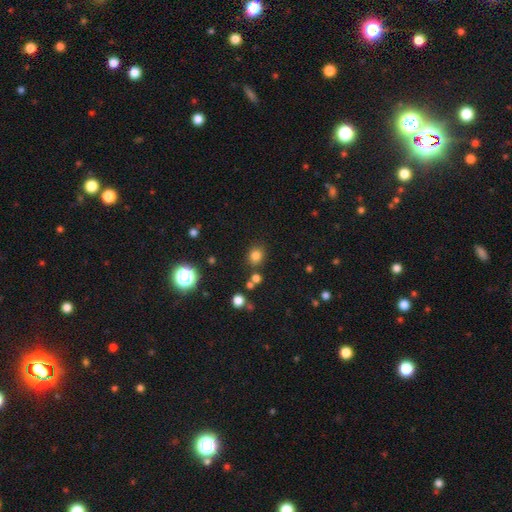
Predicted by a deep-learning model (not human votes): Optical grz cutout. It shows a smooth galaxy with no disk features (78%) that is round (74%). Merging: none (80%).